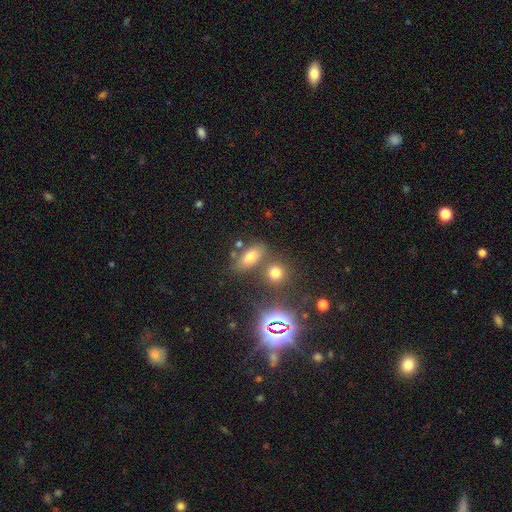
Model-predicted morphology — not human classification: smooth-or-featured: smooth: 46% | star or artifact: 39% | featured or disk: 15%
  merging: none: 69% | merger: 16% | minor disturbance: 11% | major disturbance: 4%